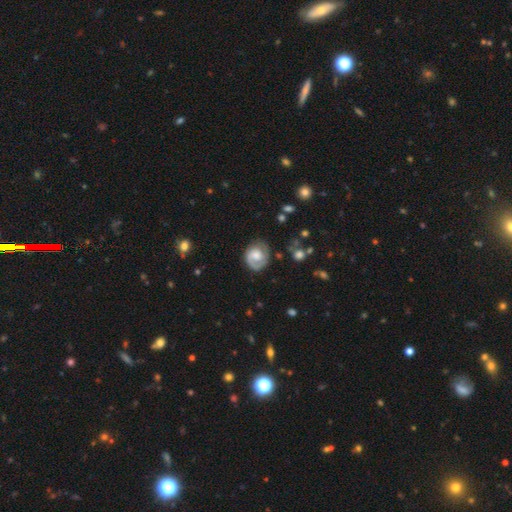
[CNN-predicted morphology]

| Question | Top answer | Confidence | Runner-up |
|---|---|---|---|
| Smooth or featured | featured or disk | 58% | smooth (35%) |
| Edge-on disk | no | 98% | yes (2%) |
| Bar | no | 66% | weak (29%) |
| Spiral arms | yes | 85% | no (15%) |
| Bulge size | moderate | 45% | large (23%) |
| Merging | none | 65% | minor disturbance (22%) |